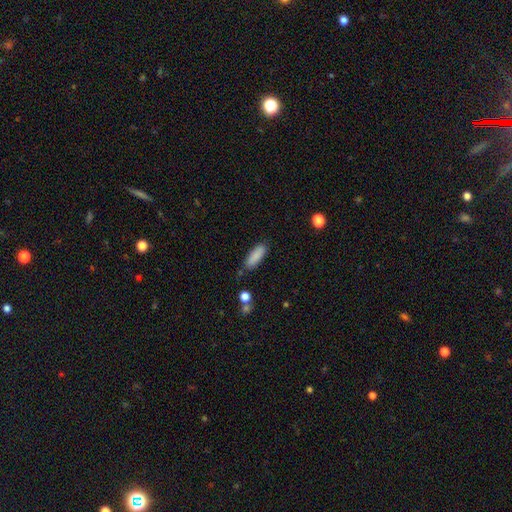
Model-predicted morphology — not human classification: smooth-or-featured: smooth: 87% | star or artifact: 7% | featured or disk: 6%
  how-rounded: in between: 51% | cigar-shaped: 47% | round: 2%
  merging: none: 84% | minor disturbance: 11% | merger: 3% | major disturbance: 2%